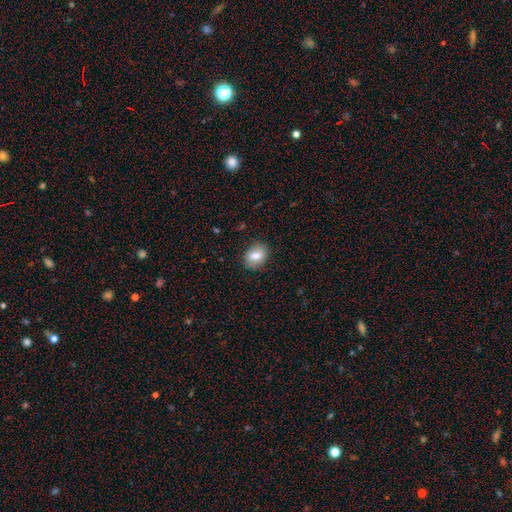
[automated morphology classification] Smooth or featured? smooth (78%)
How rounded? in between (61%)
Merging? none (86%)